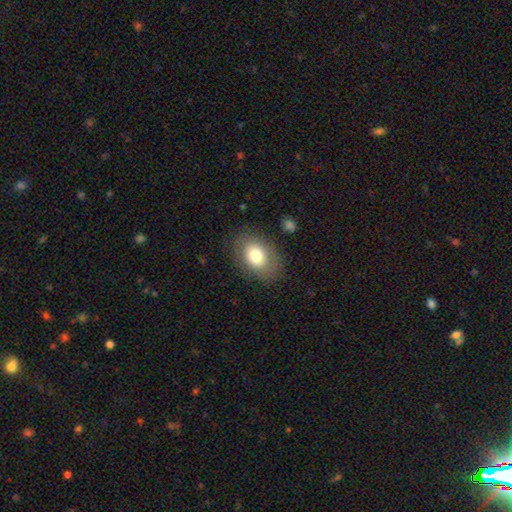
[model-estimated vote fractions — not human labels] smooth 72%, featured or disk 19%, star or artifact 9%. Down the decision tree: how rounded — in between (74%); merging — none (80%).